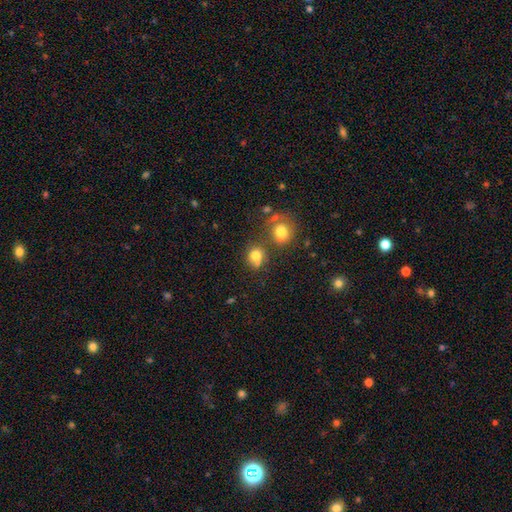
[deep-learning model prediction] Smooth or featured? Predicted: smooth (p=0.77). How rounded? Predicted: round (p=0.72). Merging? Predicted: none (p=0.54).